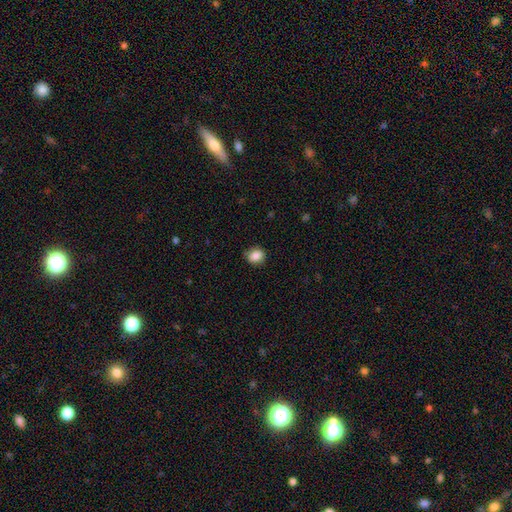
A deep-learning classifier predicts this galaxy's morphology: A smooth galaxy with no disk features (85%) that is round (69%).

Vote fractions:
- Smooth or featured? smooth: 85% / star or artifact: 9% / featured or disk: 6%
- How rounded? round: 69% / in between: 30% / cigar-shaped: 1%
- Merging? none: 82% / minor disturbance: 14% / major disturbance: 3% / merger: 1%